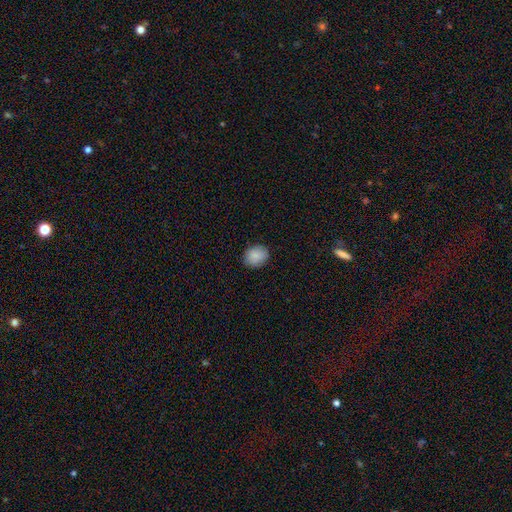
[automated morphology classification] Smooth or featured? smooth (88%)
How rounded? round (52%)
Merging? none (86%)